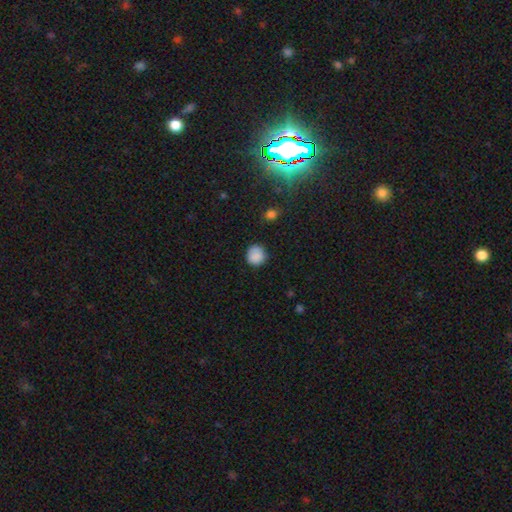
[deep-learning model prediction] Smooth or featured? smooth (87%)
How rounded? round (90%)
Merging? none (82%)